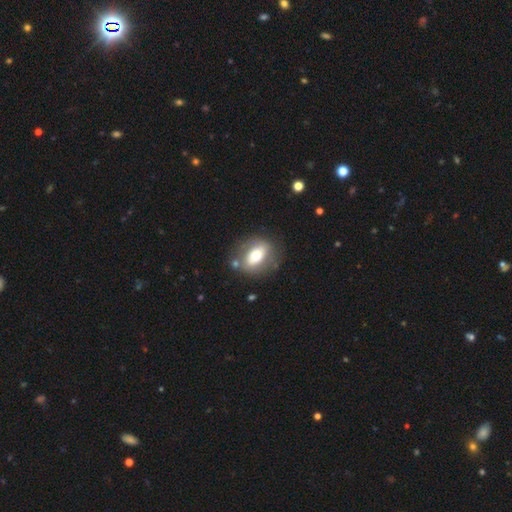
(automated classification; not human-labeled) Smooth or featured? smooth (54%)
How rounded? in between (68%)
Merging? none (71%)